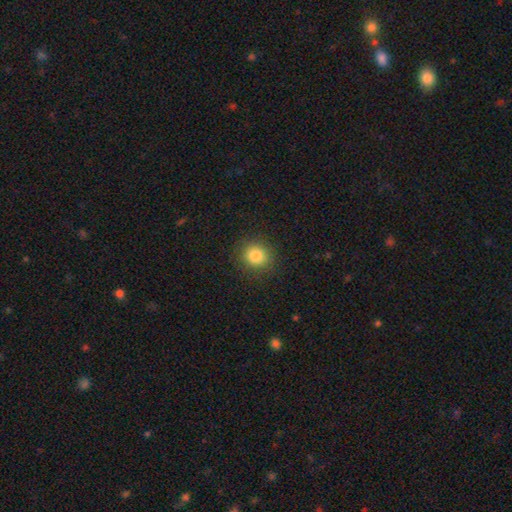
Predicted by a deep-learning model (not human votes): Q: Smooth or featured?
A: smooth (83%); runner-up: star or artifact (11%)
Q: How rounded?
A: round (85%); runner-up: in between (14%)
Q: Merging?
A: none (89%); runner-up: minor disturbance (7%)